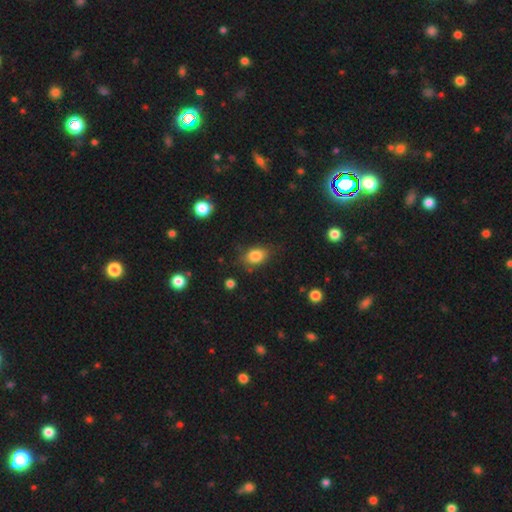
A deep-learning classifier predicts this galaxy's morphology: A smooth galaxy with no disk features (83%) that is in between round and cigar-shaped (72%). Merging: none (72%).